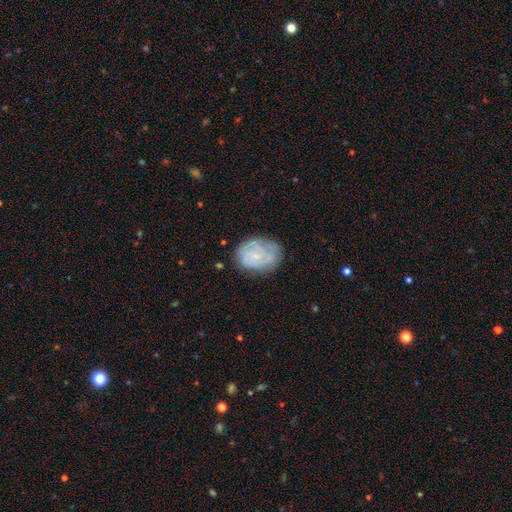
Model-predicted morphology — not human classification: smooth_or_featured: featured or disk (p=0.66) [alt: smooth p=0.26]
disk_edge_on: no (p=0.98) [alt: yes p=0.02]
bar: no (p=0.70) [alt: weak p=0.27]
has_spiral_arms: yes (p=0.86) [alt: no p=0.14]
spiral_winding: tight (p=0.60) [alt: medium p=0.31]
spiral_arm_count: can't tell (p=0.40) [alt: 2 p=0.24]
bulge_size: small (p=0.73) [alt: moderate p=0.14]
merging: none (p=0.69) [alt: minor disturbance p=0.22]